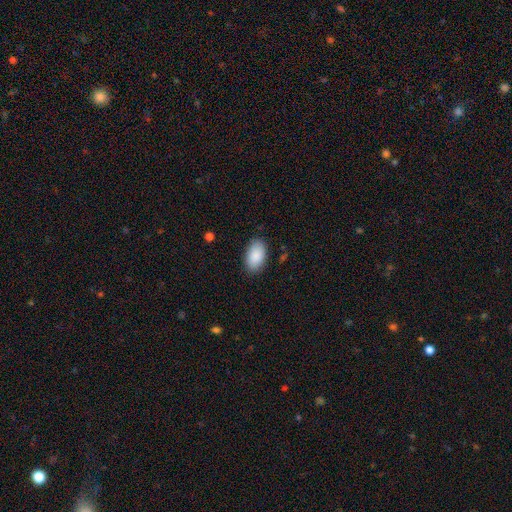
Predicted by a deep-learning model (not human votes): Morphology: type=smooth (89%); roundness=in between (94%); merging=none (85%).